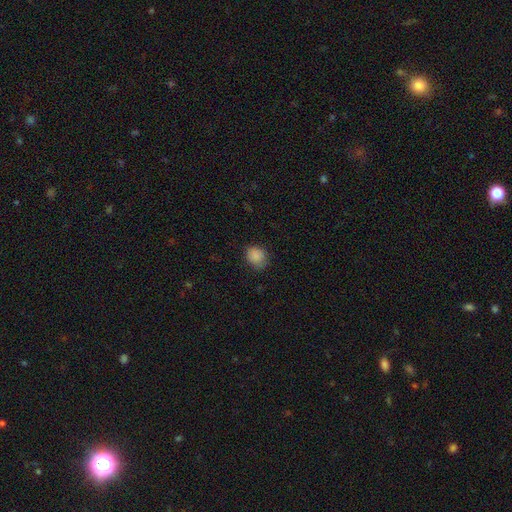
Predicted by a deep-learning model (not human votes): smooth_or_featured: smooth (p=0.87) [alt: star or artifact p=0.09]
how_rounded: round (p=0.70) [alt: in between p=0.29]
merging: none (p=0.75) [alt: minor disturbance p=0.19]